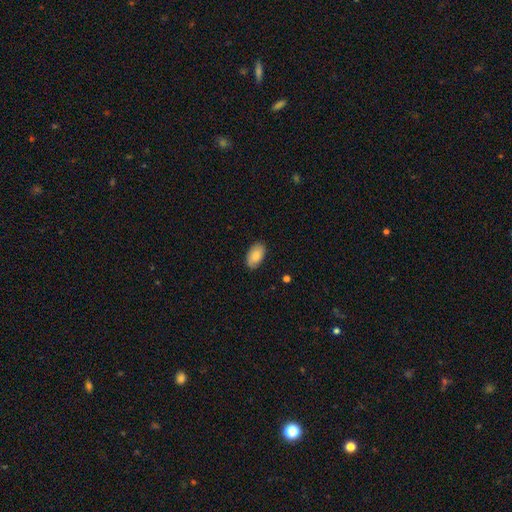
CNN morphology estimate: Smooth or featured: smooth — 82% (featured or disk — 12%)
How rounded: in between — 94% (round — 4%)
Merging: none — 85% (minor disturbance — 12%)